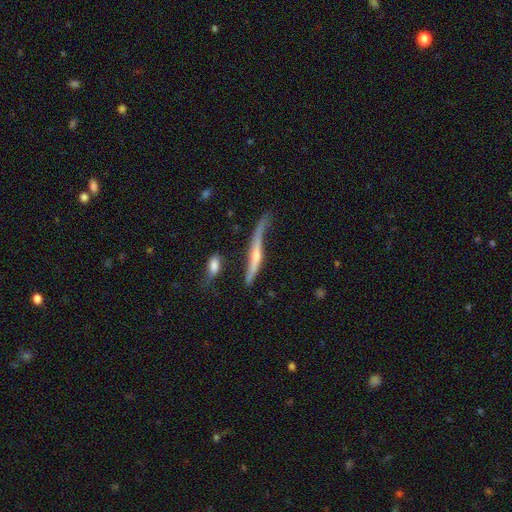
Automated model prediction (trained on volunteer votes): This appears to be a featured or disk galaxy (76%) viewed edge-on (89%) with a rounded central bulge (79%). Merging: none (57%).